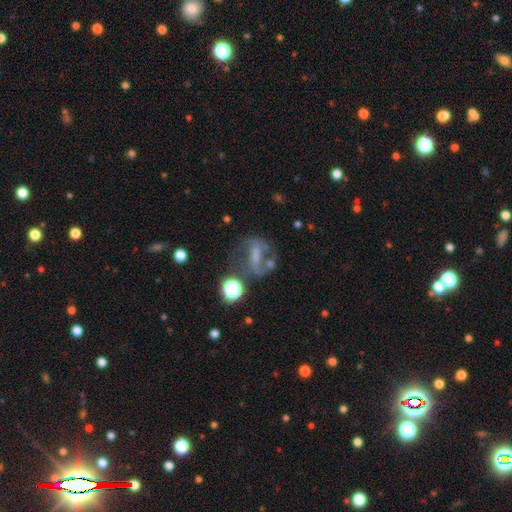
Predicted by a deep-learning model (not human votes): Overall: featured or disk (53%; smooth 26%). Edge-on disk: no (93%). Merging: none (45%; major disturbance 24%).